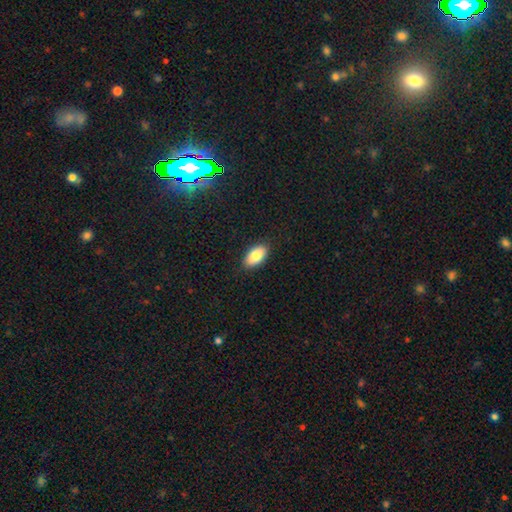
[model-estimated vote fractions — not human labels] smooth_or_featured: smooth (p=0.84) [alt: featured or disk p=0.09]
how_rounded: in between (p=0.93) [alt: cigar-shaped p=0.04]
merging: none (p=0.88) [alt: minor disturbance p=0.09]